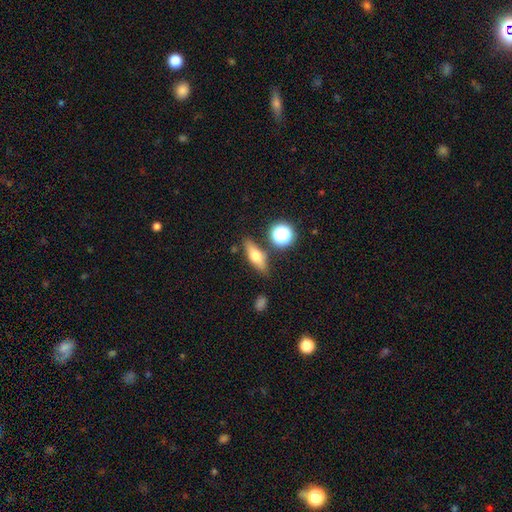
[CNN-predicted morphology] A smooth galaxy with no disk features (56%) that is in between round and cigar-shaped (52%).

Vote fractions:
- Smooth or featured? smooth: 56% / featured or disk: 34% / star or artifact: 11%
- How rounded? in between: 52% / cigar-shaped: 37% / round: 11%
- Merging? none: 79% / minor disturbance: 12% / merger: 6% / major disturbance: 4%